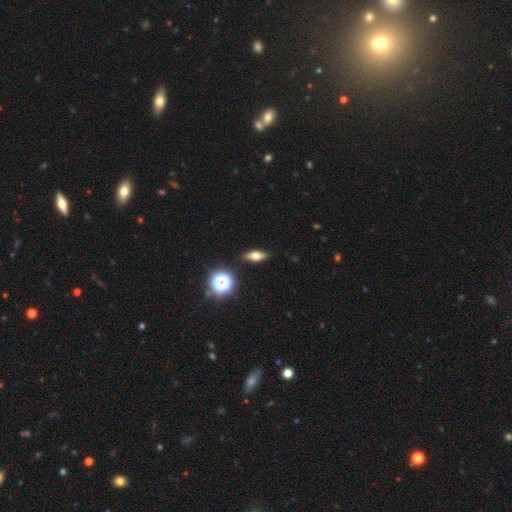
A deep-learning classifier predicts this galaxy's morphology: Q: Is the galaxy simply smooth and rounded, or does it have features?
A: smooth — 52%.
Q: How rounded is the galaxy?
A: in between — 59%.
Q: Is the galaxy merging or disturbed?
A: none — 87%.